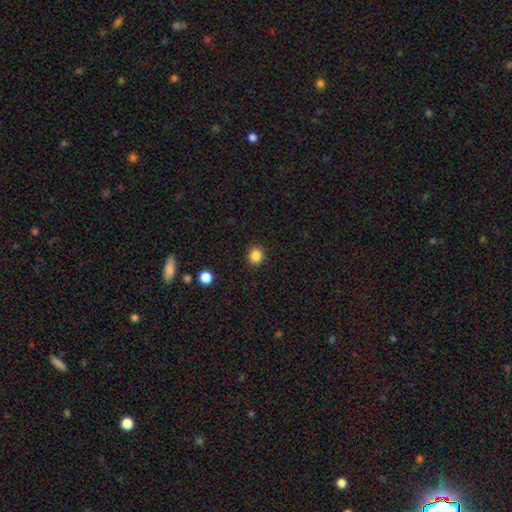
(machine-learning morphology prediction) smooth-or-featured: smooth: 85% | star or artifact: 11% | featured or disk: 4%
  how-rounded: round: 85% | in between: 15% | cigar-shaped: 1%
  merging: none: 91% | minor disturbance: 6% | major disturbance: 2% | merger: 1%